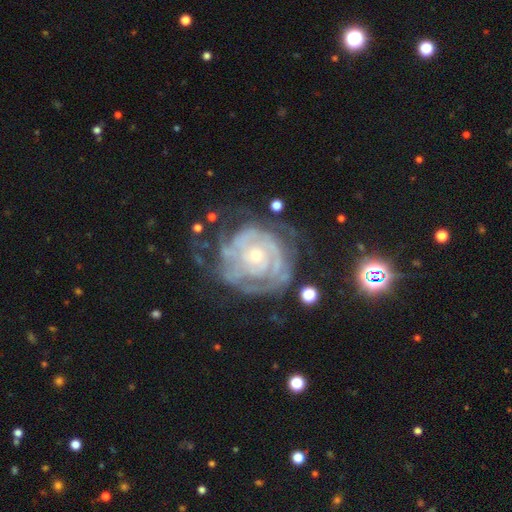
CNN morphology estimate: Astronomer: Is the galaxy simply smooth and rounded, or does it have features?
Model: featured or disk — 85%.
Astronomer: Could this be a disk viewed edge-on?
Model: no — 97%.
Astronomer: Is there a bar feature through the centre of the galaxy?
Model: no — 80%.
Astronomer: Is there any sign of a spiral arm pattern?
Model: yes — 91%.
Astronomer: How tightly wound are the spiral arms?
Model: tight — 76%.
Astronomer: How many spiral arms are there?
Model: can't tell — 44%.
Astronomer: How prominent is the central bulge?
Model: small — 65%.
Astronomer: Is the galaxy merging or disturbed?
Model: none — 59%.